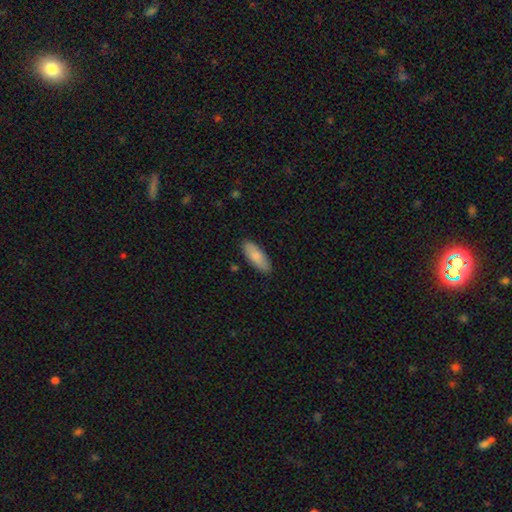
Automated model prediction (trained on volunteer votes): smooth-or-featured: smooth: 85% | featured or disk: 9% | star or artifact: 6%
  how-rounded: in between: 73% | cigar-shaped: 26% | round: 2%
  merging: none: 86% | minor disturbance: 10% | major disturbance: 2% | merger: 1%